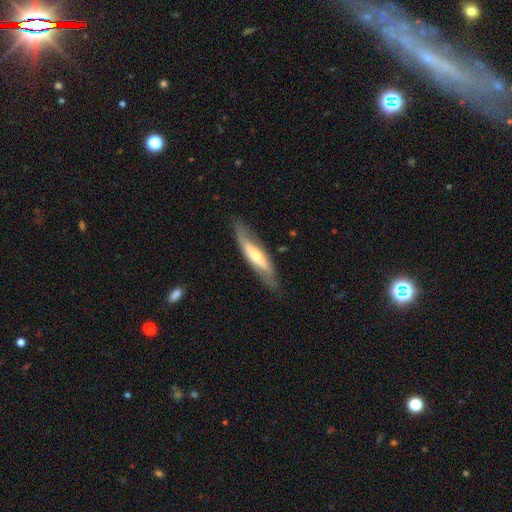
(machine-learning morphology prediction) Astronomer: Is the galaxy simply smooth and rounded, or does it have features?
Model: featured or disk — 60%.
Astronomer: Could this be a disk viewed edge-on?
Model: yes — 52% (runner-up: no, 48%).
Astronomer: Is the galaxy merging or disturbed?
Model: none — 79%.